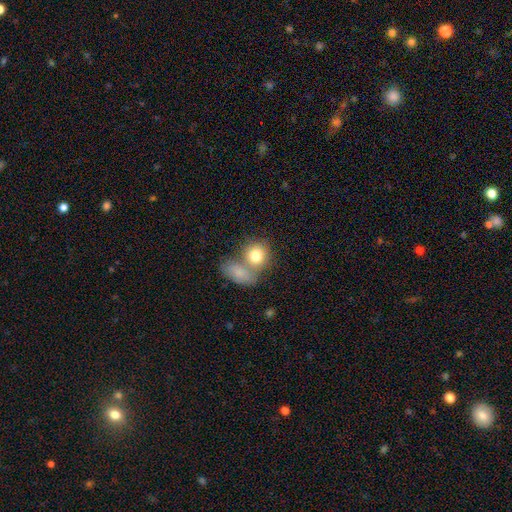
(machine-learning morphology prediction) Smooth or featured?
  - smooth: 81% *
  - featured or disk: 12%
  - star or artifact: 7%
How rounded?
  - round: 64% *
  - in between: 34%
  - cigar-shaped: 2%
Merging?
  - merger: 47% *
  - none: 38%
  - minor disturbance: 10%
  - major disturbance: 5%